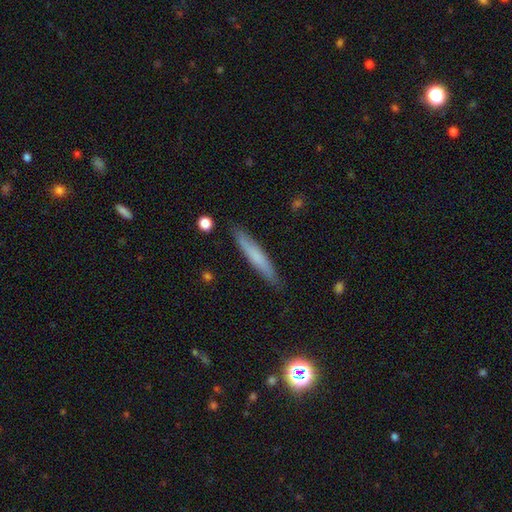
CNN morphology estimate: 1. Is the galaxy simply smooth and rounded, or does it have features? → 66% smooth, 27% featured or disk, 7% star or artifact.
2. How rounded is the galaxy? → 93% cigar-shaped, 5% in between, 1% round.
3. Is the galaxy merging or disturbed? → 87% none, 9% minor disturbance, 2% major disturbance, 1% merger.